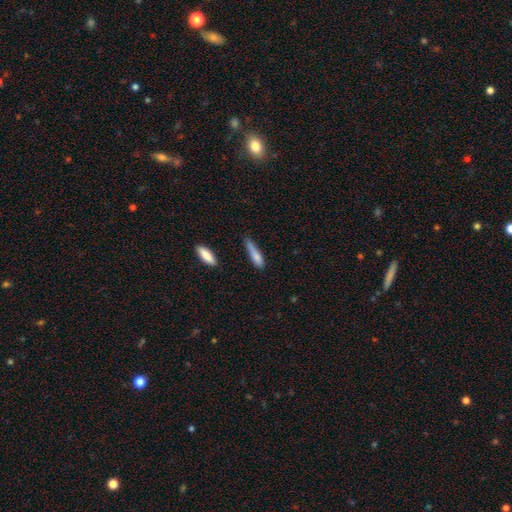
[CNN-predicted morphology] A smooth galaxy with no disk features (80%) that is cigar-shaped (75%). Merging: none (55%).